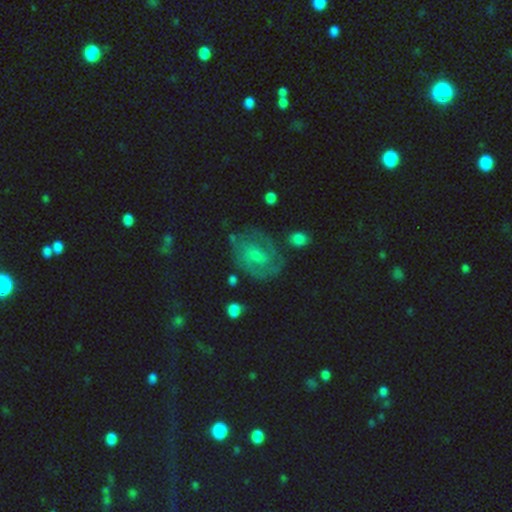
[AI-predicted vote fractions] Morphology: type=featured or disk (73%); edge-on=no (98%); bar=no (47%); spiral arms=yes (89%); winding=tight (50%); arm count=2 (50%); bulge=small (66%); merging=none (69%).